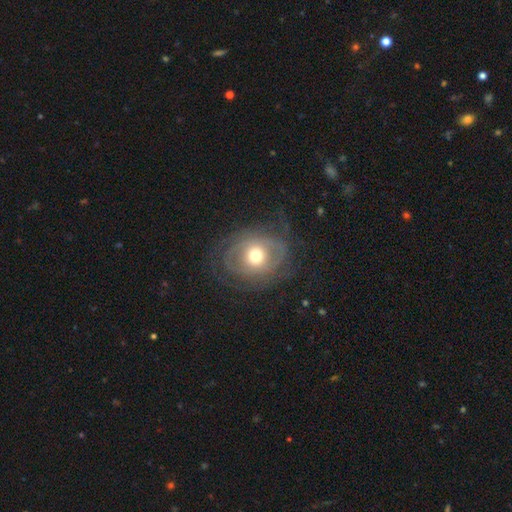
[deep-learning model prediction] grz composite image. It shows a featured or disk galaxy (61%) with no bar (79%), spiral arms (59%) and a moderate central bulge (71%). Merging: none (64%).